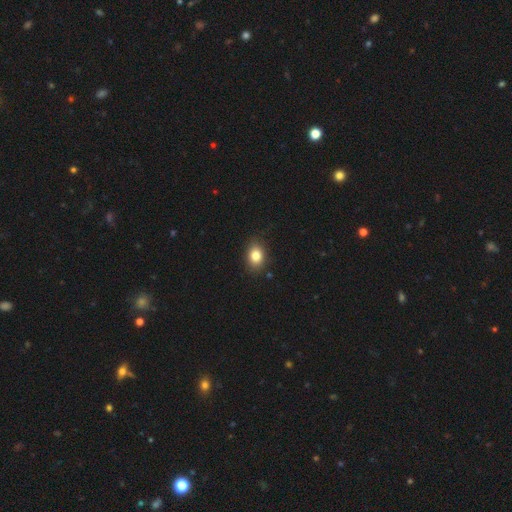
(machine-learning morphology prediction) smooth 82%, star or artifact 10%, featured or disk 8%. Down the decision tree: how rounded — in between (70%); merging — none (85%).